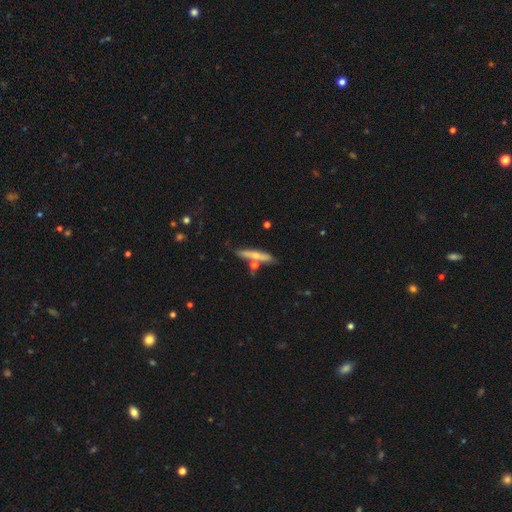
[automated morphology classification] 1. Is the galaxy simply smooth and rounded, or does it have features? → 56% smooth, 38% featured or disk, 6% star or artifact.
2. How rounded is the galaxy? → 88% cigar-shaped, 9% in between, 2% round.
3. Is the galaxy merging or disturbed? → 69% none, 14% merger, 13% minor disturbance, 3% major disturbance.